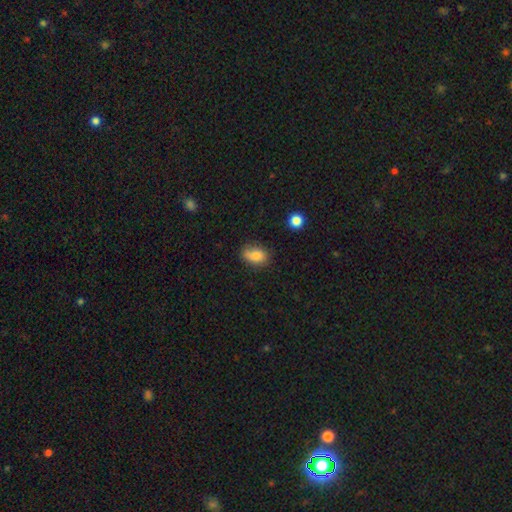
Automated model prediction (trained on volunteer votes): This is likely a smooth galaxy (79%). How rounded: likely in between (79%). Merging: likely none (68%).